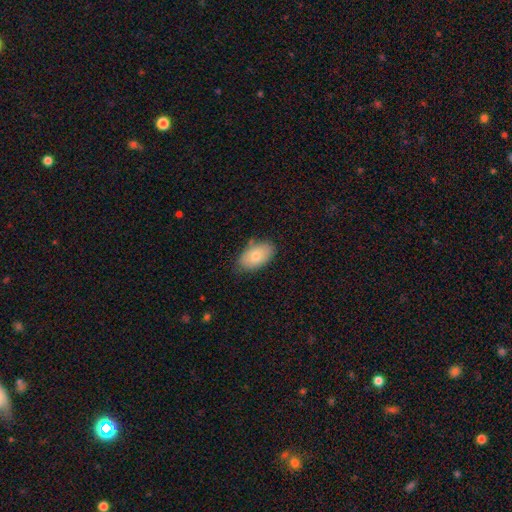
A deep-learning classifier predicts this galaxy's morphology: smooth-or-featured: smooth: 76% | featured or disk: 17% | star or artifact: 7%
  how-rounded: in between: 93% | round: 6% | cigar-shaped: 1%
  merging: none: 80% | minor disturbance: 16% | major disturbance: 3% | merger: 2%